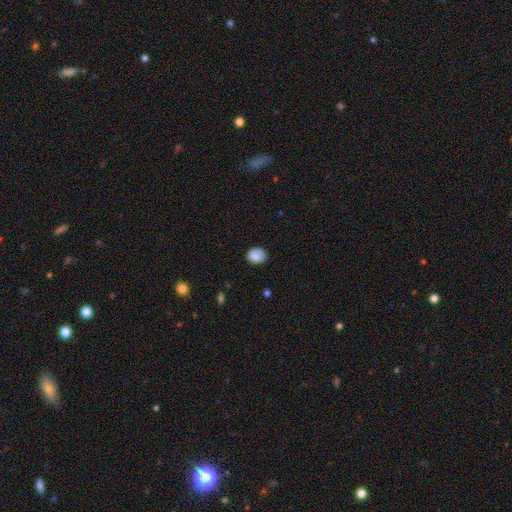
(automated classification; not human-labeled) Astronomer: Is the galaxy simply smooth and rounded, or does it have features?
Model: smooth — 87%.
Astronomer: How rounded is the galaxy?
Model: round — 55% (runner-up: in between, 44%).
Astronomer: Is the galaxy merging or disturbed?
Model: none — 82%.